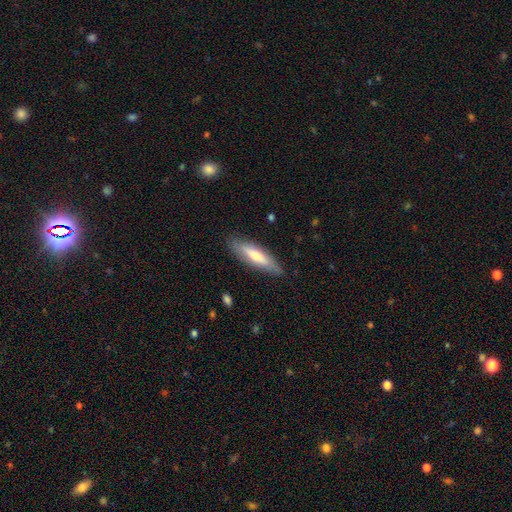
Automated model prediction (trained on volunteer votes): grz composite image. It shows a smooth galaxy with no disk features (59%) that is cigar-shaped (67%). Merging: none (86%).